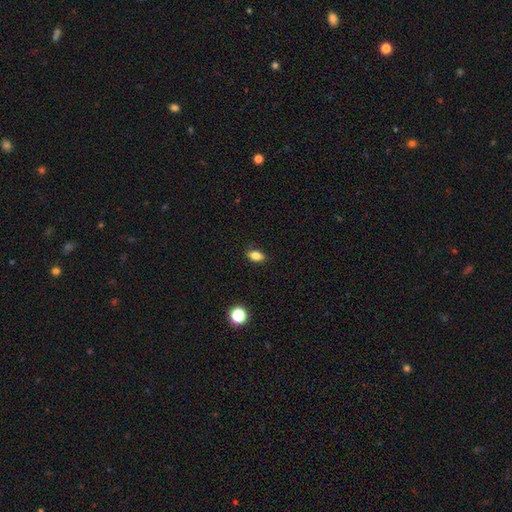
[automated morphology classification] This appears to be a smooth galaxy with no disk features (81%) that is in between round and cigar-shaped (83%). Merging: none (86%).